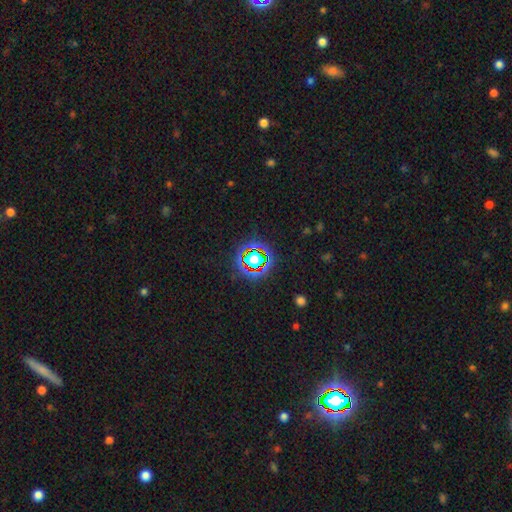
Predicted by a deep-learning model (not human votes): star or artifact 77%, smooth 14%, featured or disk 9%.